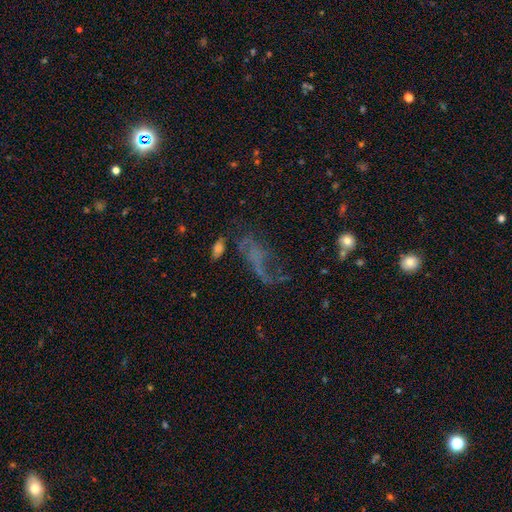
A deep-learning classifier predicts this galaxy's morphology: Smooth or featured? Predicted: featured or disk (p=0.47). Merging? Predicted: major disturbance (p=0.37).